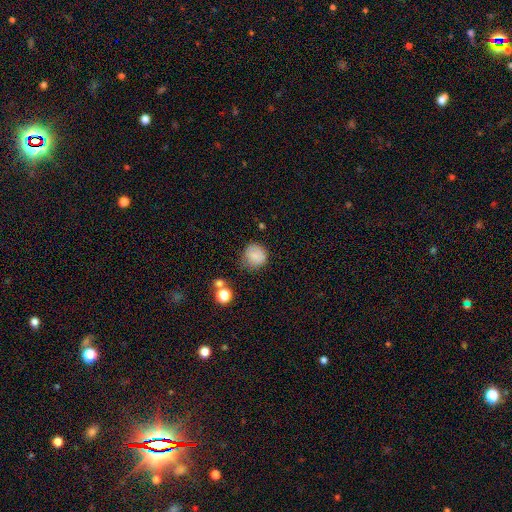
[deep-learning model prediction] smooth 82%, star or artifact 10%, featured or disk 8%. Down the decision tree: how rounded — round (88%); merging — none (70%).